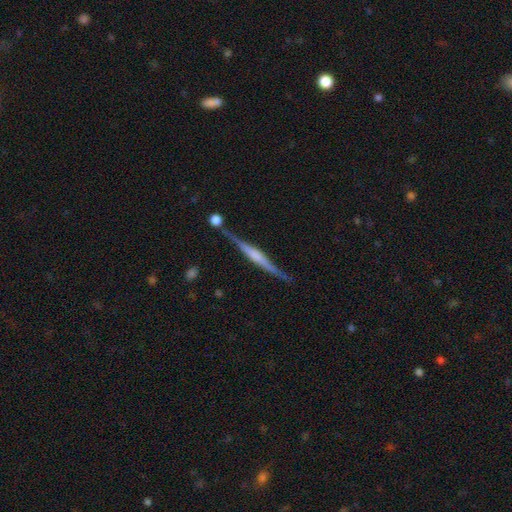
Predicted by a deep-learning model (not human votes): This appears to be a featured or disk galaxy (77%) viewed edge-on (97%) with a rounded central bulge (42%). Merging: none (76%).